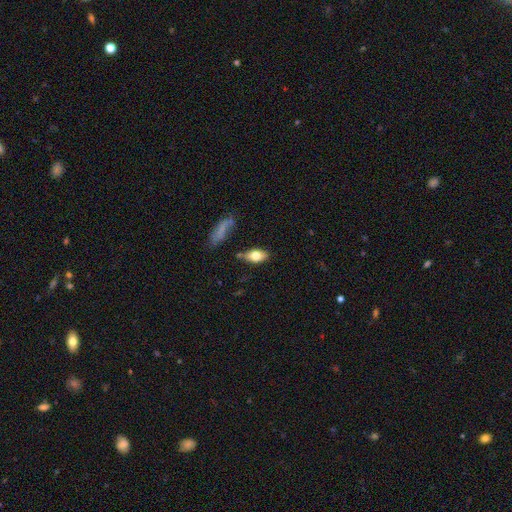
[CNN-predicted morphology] A smooth galaxy with no disk features (68%) that is in between round and cigar-shaped (85%).

Vote fractions:
- Smooth or featured? smooth: 68% / featured or disk: 25% / star or artifact: 8%
- How rounded? in between: 85% / cigar-shaped: 9% / round: 6%
- Merging? none: 67% / minor disturbance: 21% / merger: 6% / major disturbance: 6%